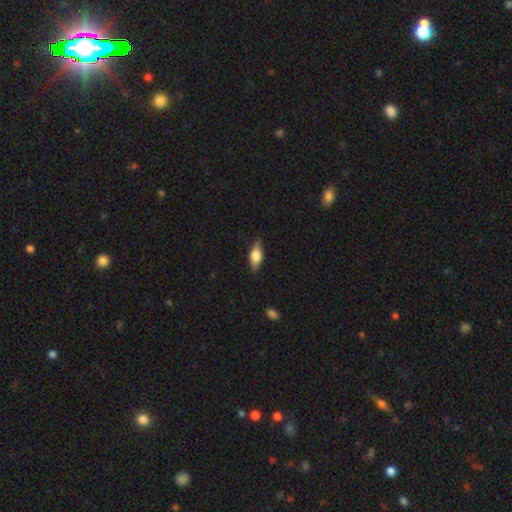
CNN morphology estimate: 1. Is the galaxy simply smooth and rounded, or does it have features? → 59% smooth, 34% featured or disk, 7% star or artifact.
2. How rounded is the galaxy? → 76% in between, 20% cigar-shaped, 5% round.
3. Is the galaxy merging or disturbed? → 81% none, 15% minor disturbance, 3% major disturbance, 1% merger.